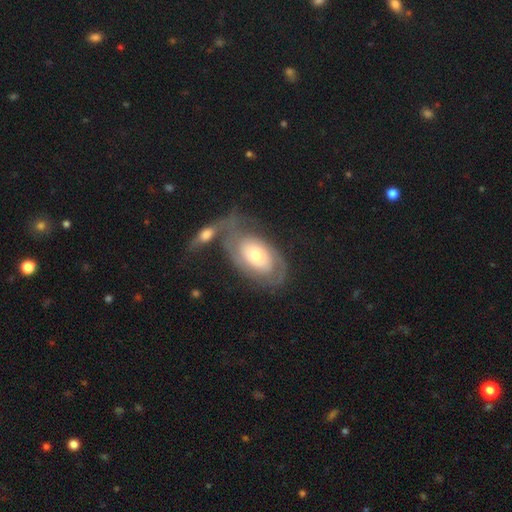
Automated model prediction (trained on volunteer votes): smooth_or_featured: featured or disk (p=0.69) [alt: smooth p=0.25]
disk_edge_on: no (p=0.94) [alt: yes p=0.06]
bar: no (p=0.78) [alt: weak p=0.17]
has_spiral_arms: yes (p=0.81) [alt: no p=0.19]
spiral_winding: tight (p=0.65) [alt: medium p=0.25]
spiral_arm_count: 2 (p=0.48) [alt: can't tell p=0.33]
bulge_size: moderate (p=0.51) [alt: small p=0.35]
merging: none (p=0.41) [alt: merger p=0.30]